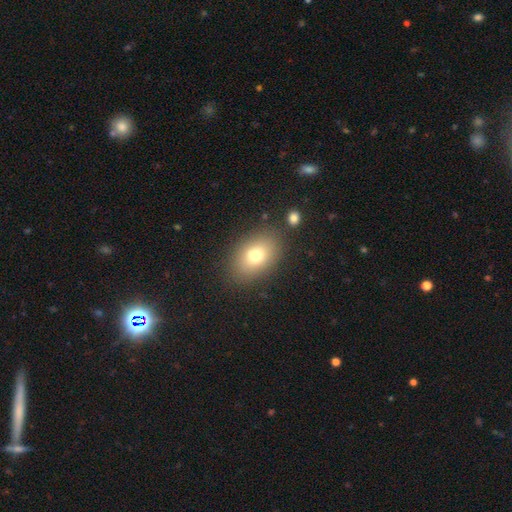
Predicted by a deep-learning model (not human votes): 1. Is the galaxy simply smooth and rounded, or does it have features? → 75% smooth, 14% featured or disk, 11% star or artifact.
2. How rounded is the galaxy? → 80% in between, 19% round, 1% cigar-shaped.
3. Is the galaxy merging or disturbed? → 82% none, 10% minor disturbance, 4% major disturbance, 3% merger.